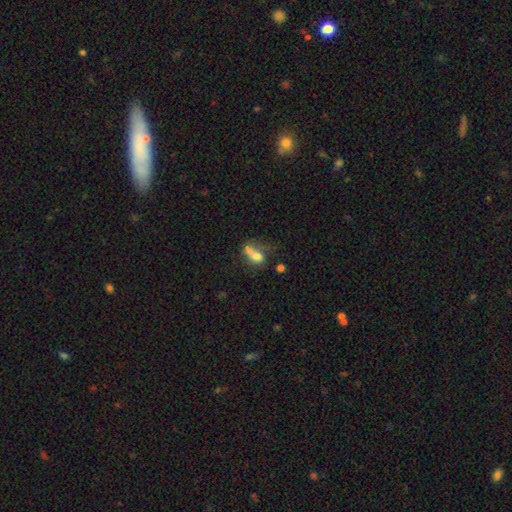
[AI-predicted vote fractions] Q: Smooth or featured?
A: smooth (66%); runner-up: featured or disk (22%)
Q: How rounded?
A: in between (67%); runner-up: round (27%)
Q: Merging?
A: merger (51%); runner-up: none (19%)